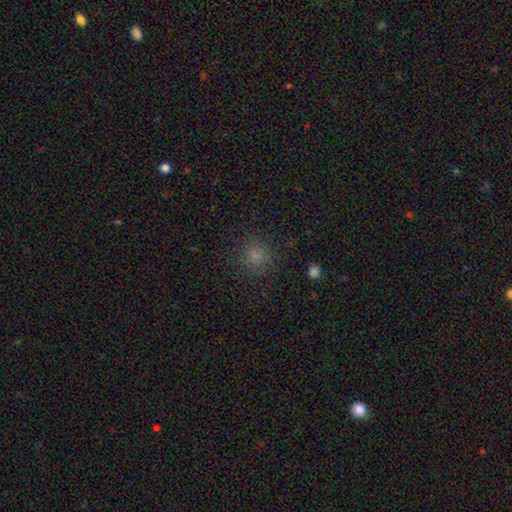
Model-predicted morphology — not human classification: smooth-or-featured: smooth: 79% | star or artifact: 17% | featured or disk: 5%
  how-rounded: round: 92% | in between: 7% | cigar-shaped: 1%
  merging: none: 87% | minor disturbance: 8% | major disturbance: 3% | merger: 1%